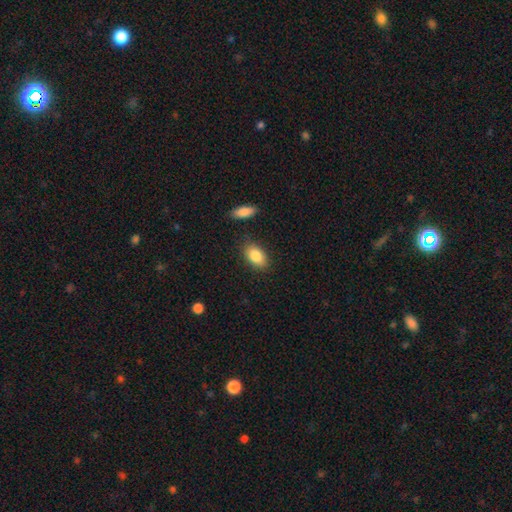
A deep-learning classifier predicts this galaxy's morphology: Overall: smooth (85%). How rounded: in between (90%). Merging: none (82%).